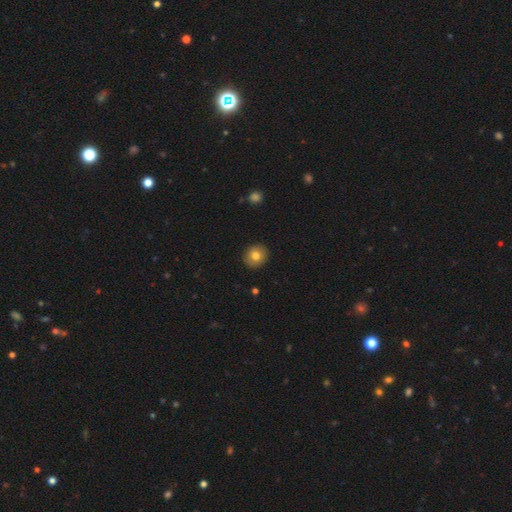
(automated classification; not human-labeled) Morphology: type=smooth (78%); roundness=round (87%); merging=none (91%).